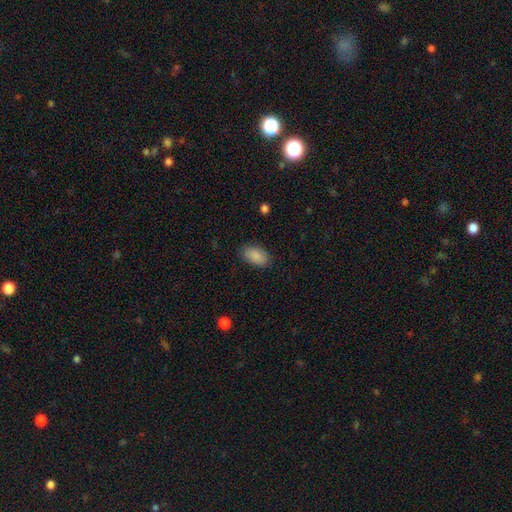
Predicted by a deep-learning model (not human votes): This is clearly a smooth galaxy (88%). How rounded: clearly in between (93%). Merging: clearly none (84%).